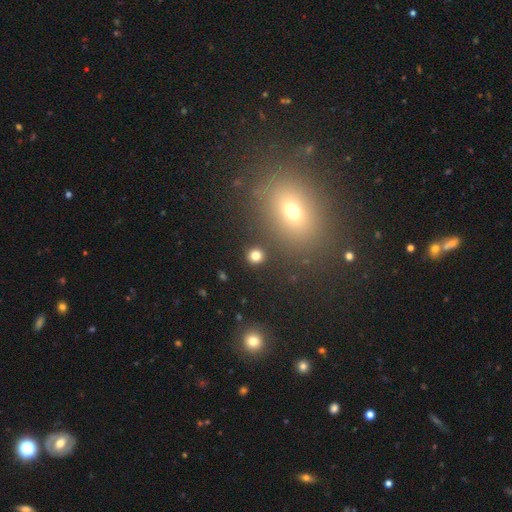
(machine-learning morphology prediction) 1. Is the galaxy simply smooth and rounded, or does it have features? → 80% smooth, 15% star or artifact, 6% featured or disk.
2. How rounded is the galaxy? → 86% round, 13% in between, 1% cigar-shaped.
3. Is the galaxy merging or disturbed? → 87% none, 6% minor disturbance, 4% merger, 3% major disturbance.